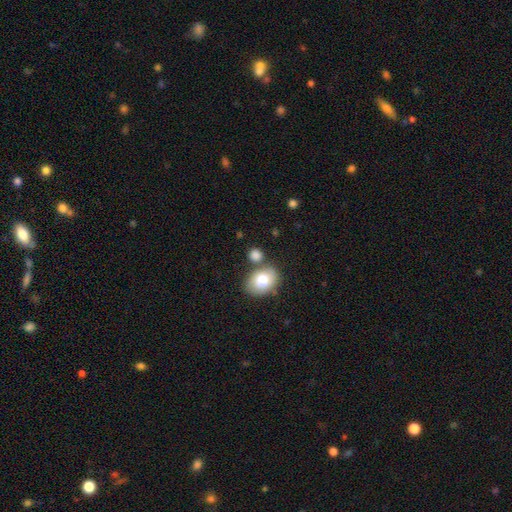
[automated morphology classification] This is likely a smooth galaxy (79%). How rounded: possibly round (56%). Merging: likely none (65%).